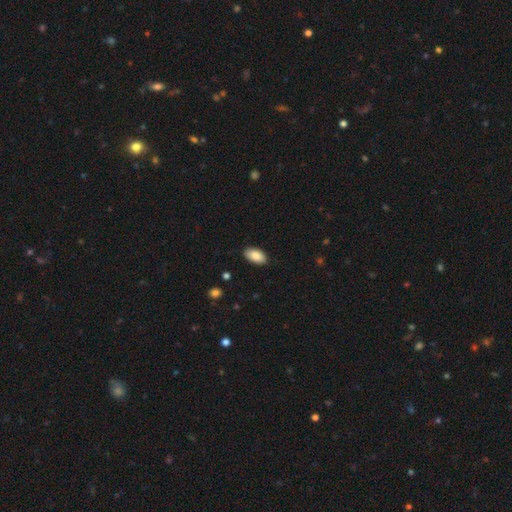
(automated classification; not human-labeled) A smooth galaxy with no disk features (88%) that is in between round and cigar-shaped (95%).

Vote fractions:
- Smooth or featured? smooth: 88% / star or artifact: 7% / featured or disk: 6%
- How rounded? in between: 95% / round: 3% / cigar-shaped: 2%
- Merging? none: 88% / minor disturbance: 9% / major disturbance: 2% / merger: 1%